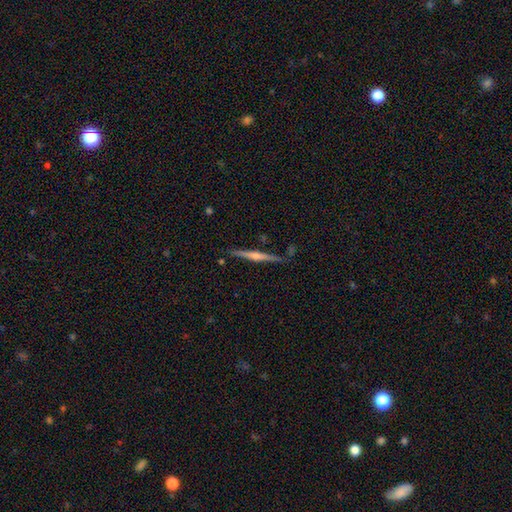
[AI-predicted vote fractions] smooth-or-featured: featured or disk: 78% | smooth: 16% | star or artifact: 6%
  disk-edge-on: yes: 98% | no: 2%
    edge-on-bulge: rounded: 75% | boxy: 13% | none: 13%
  merging: none: 88% | minor disturbance: 9% | merger: 2% | major disturbance: 2%